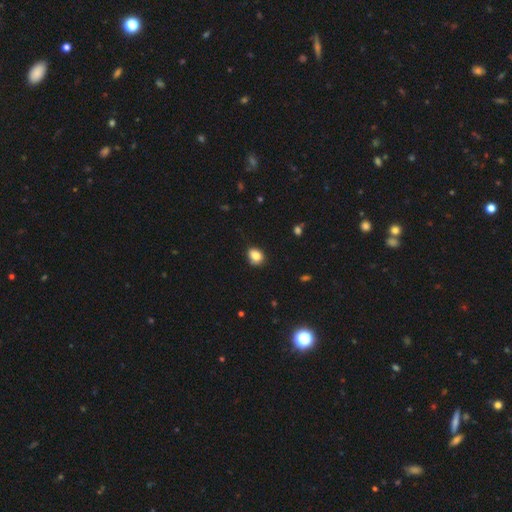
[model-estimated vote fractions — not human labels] smooth_or_featured: smooth (p=0.83) [alt: star or artifact p=0.10]
how_rounded: round (p=0.54) [alt: in between p=0.45]
merging: none (p=0.76) [alt: minor disturbance p=0.19]